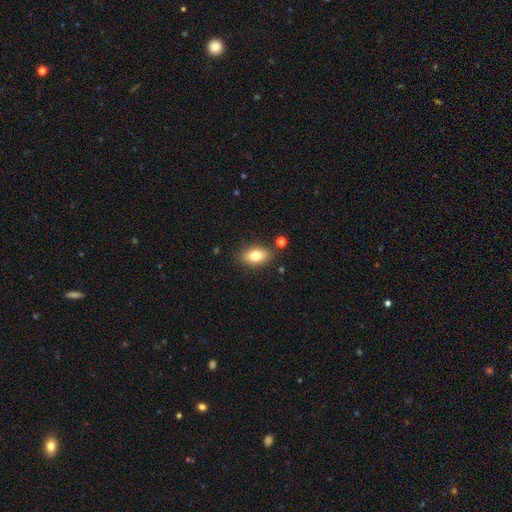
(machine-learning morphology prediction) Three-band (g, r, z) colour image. It shows a smooth galaxy with no disk features (78%) that is in between round and cigar-shaped (86%). Merging: none (83%).